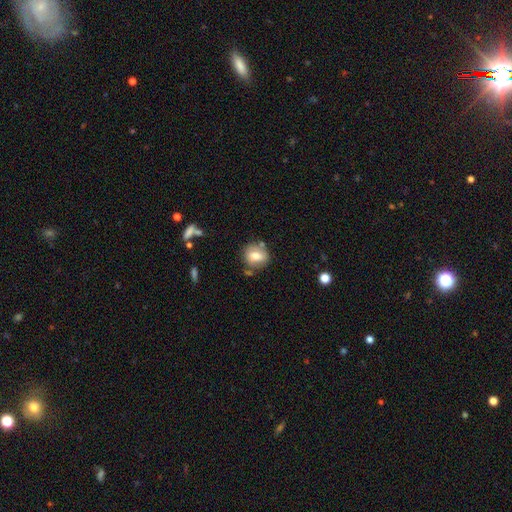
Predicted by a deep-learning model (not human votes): smooth 67%, featured or disk 24%, star or artifact 9%. Down the decision tree: how rounded — round (67%); merging — none (70%).